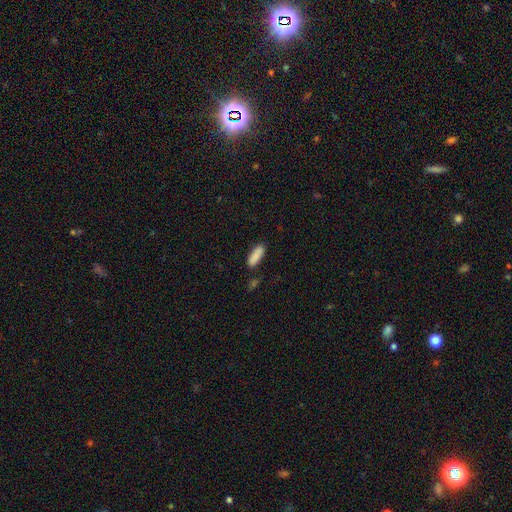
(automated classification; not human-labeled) Smooth or featured? Predicted: smooth (p=0.87). How rounded? Predicted: in between (p=0.63). Merging? Predicted: none (p=0.75).